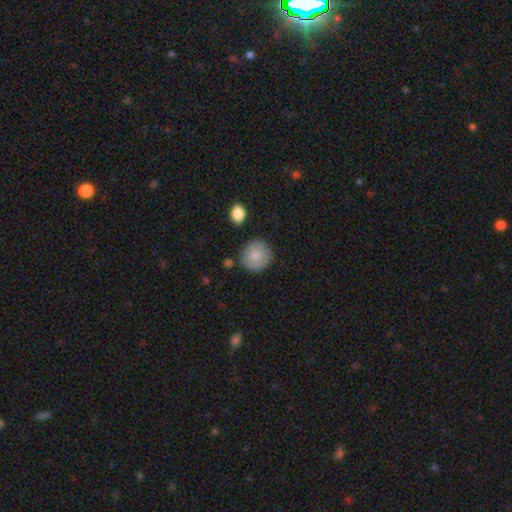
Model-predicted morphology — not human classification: Smooth or featured?
  - smooth: 80% *
  - featured or disk: 13%
  - star or artifact: 7%
How rounded?
  - round: 91% *
  - in between: 8%
  - cigar-shaped: 1%
Merging?
  - none: 81% *
  - minor disturbance: 13%
  - merger: 3%
  - major disturbance: 3%